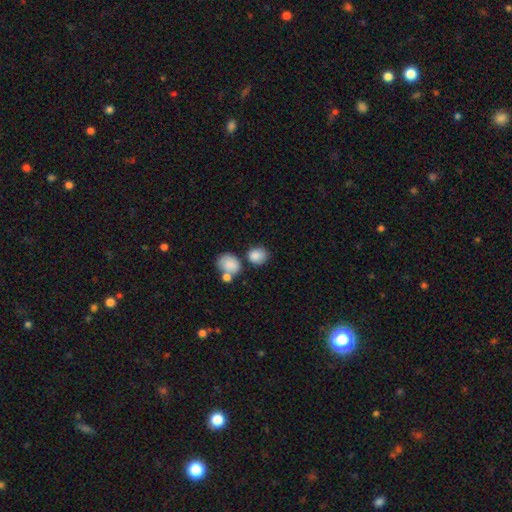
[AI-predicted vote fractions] This appears to be a smooth galaxy with no disk features (85%) that is round (64%). Merging: none (59%).